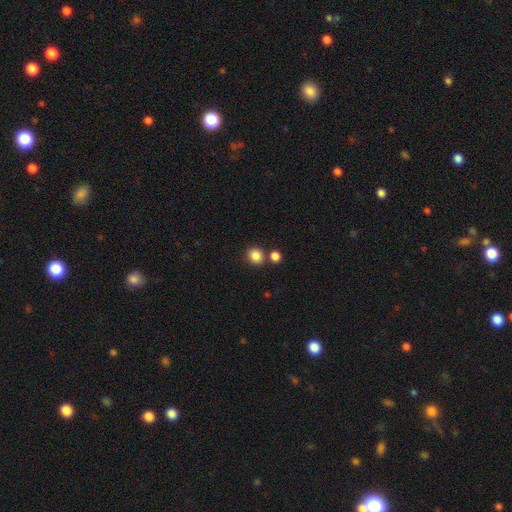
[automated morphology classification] type=smooth (85%); roundness=round (80%); merging=none (75%).